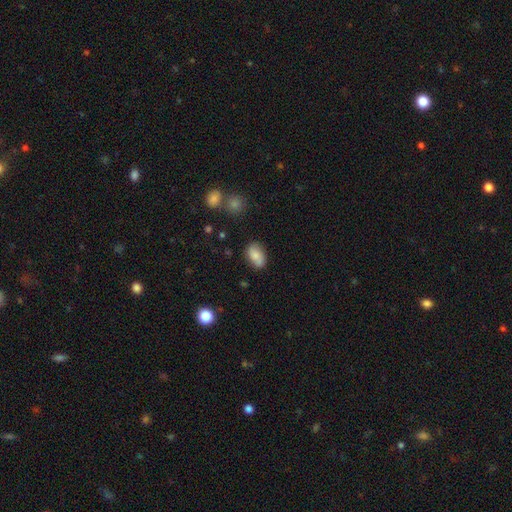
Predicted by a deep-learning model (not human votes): smooth 79%, featured or disk 13%, star or artifact 8%. Down the decision tree: how rounded — in between (90%); merging — none (72%).